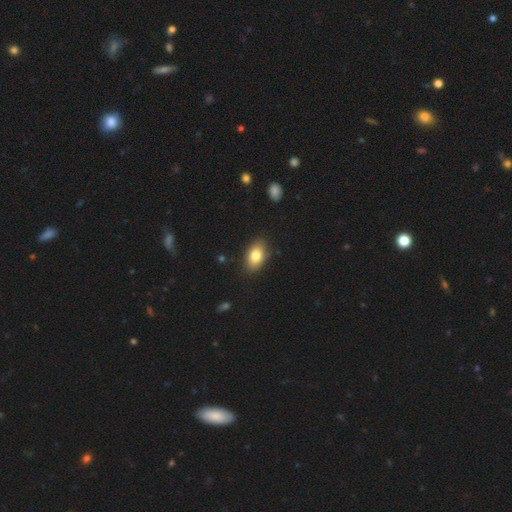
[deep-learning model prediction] smooth-or-featured: smooth: 81% | featured or disk: 11% | star or artifact: 8%
  how-rounded: in between: 89% | round: 9% | cigar-shaped: 2%
  merging: none: 85% | minor disturbance: 11% | major disturbance: 2% | merger: 1%